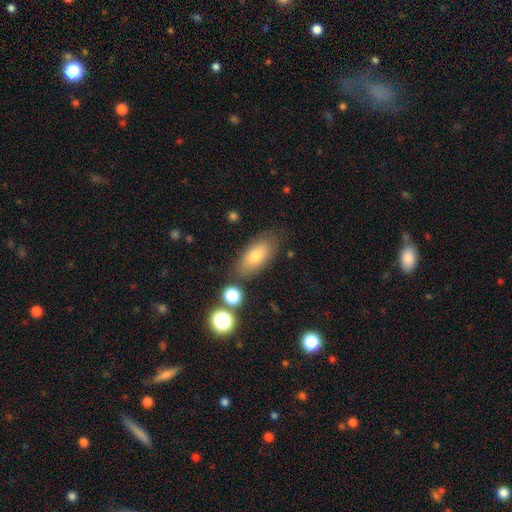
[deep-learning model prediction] This appears to be a smooth galaxy with no disk features (75%) that is in between round and cigar-shaped (85%). Merging: none (76%).